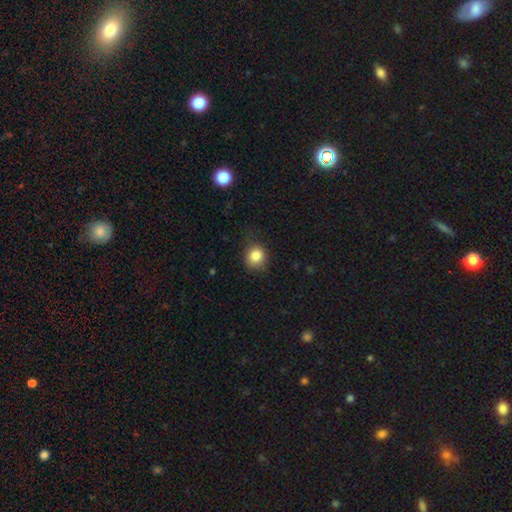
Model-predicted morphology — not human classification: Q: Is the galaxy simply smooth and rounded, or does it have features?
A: smooth — 84%.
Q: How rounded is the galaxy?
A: round — 78%.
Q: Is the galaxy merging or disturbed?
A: none — 76%.